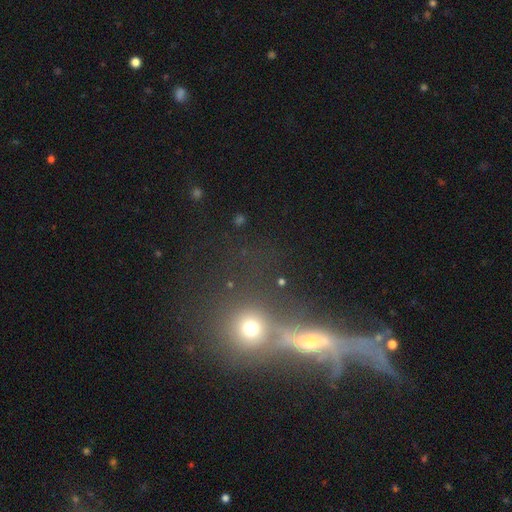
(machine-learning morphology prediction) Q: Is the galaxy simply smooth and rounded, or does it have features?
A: featured or disk — 38%.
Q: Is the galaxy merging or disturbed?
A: merger — 61%.